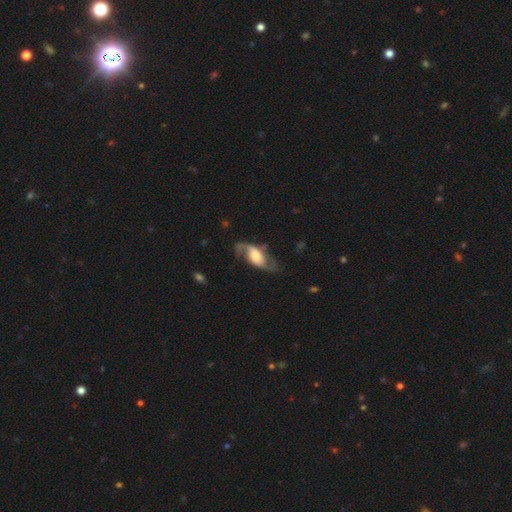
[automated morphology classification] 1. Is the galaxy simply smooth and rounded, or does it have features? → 75% featured or disk, 20% smooth, 6% star or artifact.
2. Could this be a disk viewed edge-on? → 93% no, 7% yes.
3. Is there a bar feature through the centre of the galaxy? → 46% no, 36% weak, 18% strong.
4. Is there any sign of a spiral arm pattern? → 92% yes, 8% no.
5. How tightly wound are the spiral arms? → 59% loose, 32% medium, 9% tight.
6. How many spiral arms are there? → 81% 2, 12% 1, 4% can't tell, 1% 3, 1% 4, 1% more than 4.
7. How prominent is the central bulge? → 44% moderate, 26% large, 22% small, 4% none, 4% dominant.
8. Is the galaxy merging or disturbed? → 58% none, 21% minor disturbance, 18% major disturbance, 3% merger.